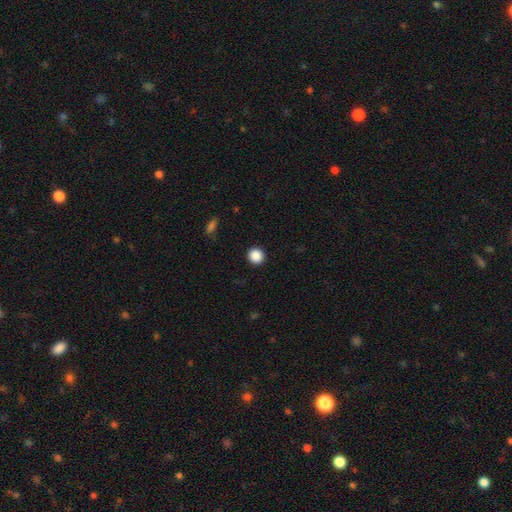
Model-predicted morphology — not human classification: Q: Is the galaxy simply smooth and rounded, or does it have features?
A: smooth — 88%.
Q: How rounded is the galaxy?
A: round — 92%.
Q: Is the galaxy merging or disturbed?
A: none — 93%.